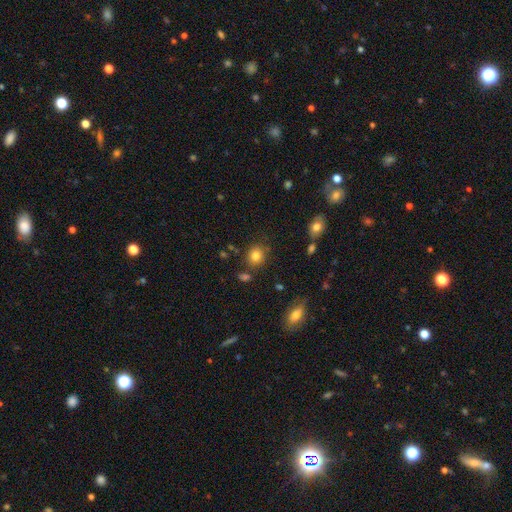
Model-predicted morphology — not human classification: smooth-or-featured: smooth: 82% | star or artifact: 11% | featured or disk: 7%
  how-rounded: round: 77% | in between: 22% | cigar-shaped: 1%
  merging: none: 79% | minor disturbance: 11% | merger: 6% | major disturbance: 4%